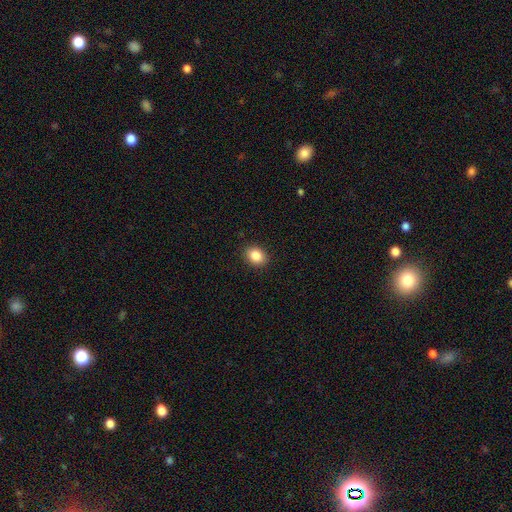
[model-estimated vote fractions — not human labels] Morphology: type=smooth (86%); roundness=in between (57%); merging=none (90%).